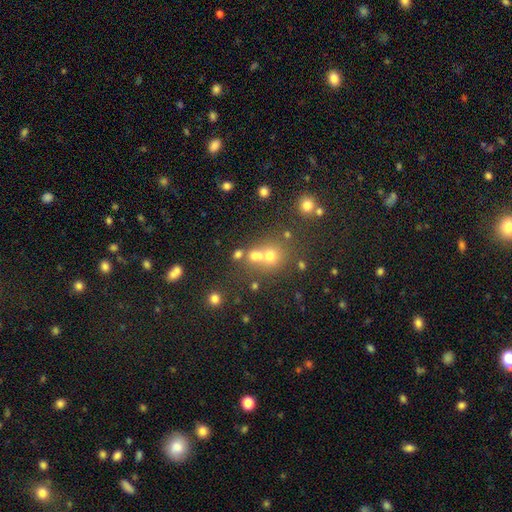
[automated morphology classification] Overall: smooth (61%; star or artifact 23%). How rounded: round (80%). Merging: none (48%; merger 38%).